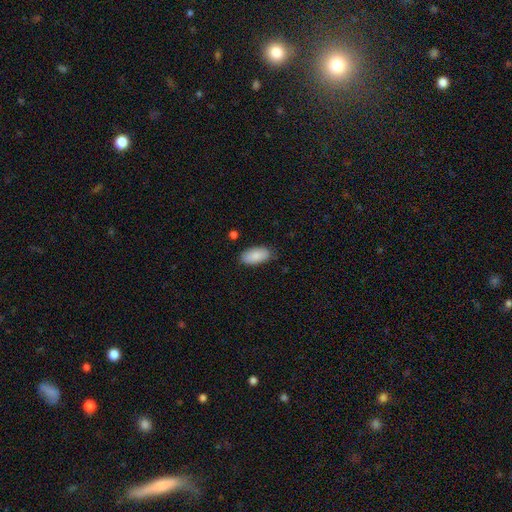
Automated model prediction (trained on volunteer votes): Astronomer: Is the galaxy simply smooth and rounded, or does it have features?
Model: smooth — 88%.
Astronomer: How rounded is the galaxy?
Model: in between — 93%.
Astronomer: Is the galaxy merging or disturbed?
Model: none — 81%.